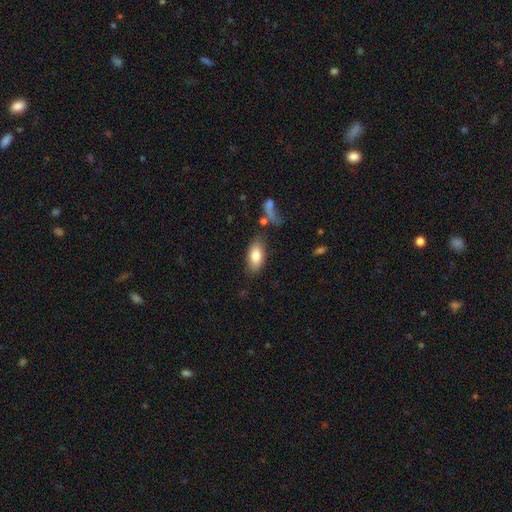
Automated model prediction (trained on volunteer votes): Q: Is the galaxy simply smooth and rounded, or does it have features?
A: smooth — 80%.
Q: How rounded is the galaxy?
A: in between — 90%.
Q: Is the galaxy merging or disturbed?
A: none — 76%.